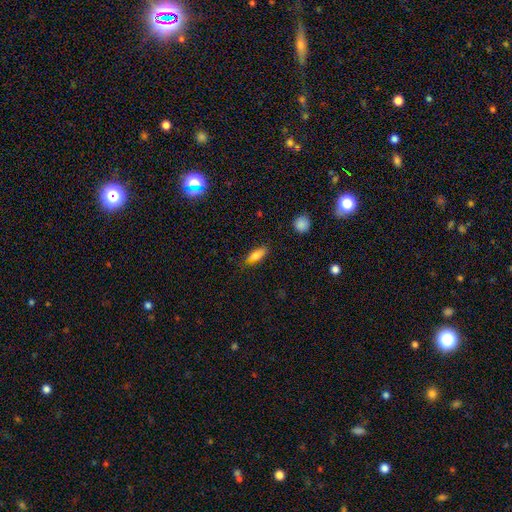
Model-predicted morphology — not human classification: Smooth or featured?
  - smooth: 83% *
  - featured or disk: 9%
  - star or artifact: 8%
How rounded?
  - in between: 75% *
  - cigar-shaped: 22%
  - round: 3%
Merging?
  - none: 78% *
  - minor disturbance: 16%
  - major disturbance: 4%
  - merger: 2%